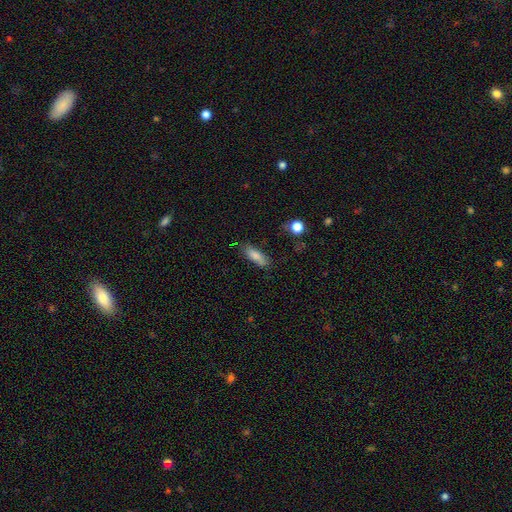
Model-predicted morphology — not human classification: smooth_or_featured: smooth (p=0.81) [alt: featured or disk p=0.11]
how_rounded: in between (p=0.54) [alt: cigar-shaped p=0.43]
merging: none (p=0.75) [alt: minor disturbance p=0.18]